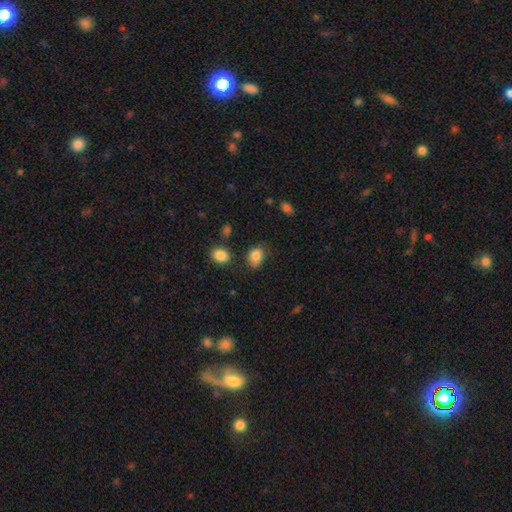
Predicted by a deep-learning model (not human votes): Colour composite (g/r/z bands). It shows a smooth galaxy with no disk features (82%) that is in between round and cigar-shaped (69%). Merging: none (58%).